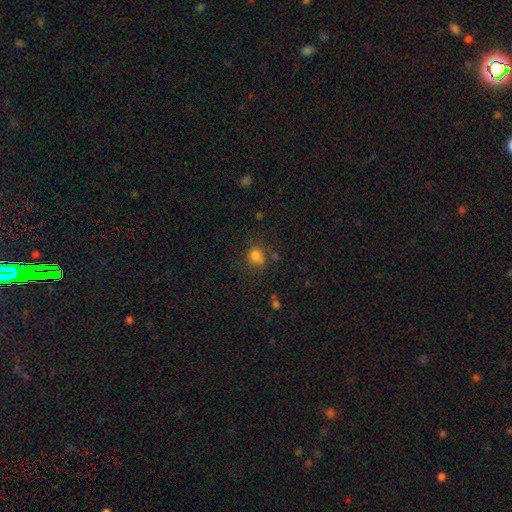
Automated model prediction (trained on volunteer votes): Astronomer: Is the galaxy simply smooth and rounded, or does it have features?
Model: smooth — 78%.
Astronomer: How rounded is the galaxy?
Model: round — 75%.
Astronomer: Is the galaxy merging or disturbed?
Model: none — 60%.